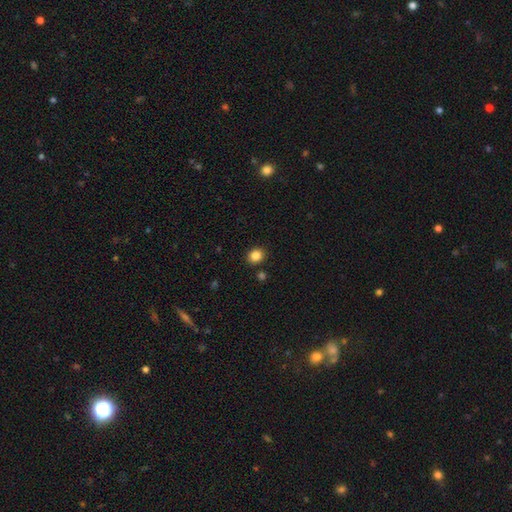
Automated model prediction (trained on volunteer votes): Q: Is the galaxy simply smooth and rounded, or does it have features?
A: smooth — 85%.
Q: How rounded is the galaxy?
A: round — 62%.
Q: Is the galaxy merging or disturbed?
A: none — 88%.